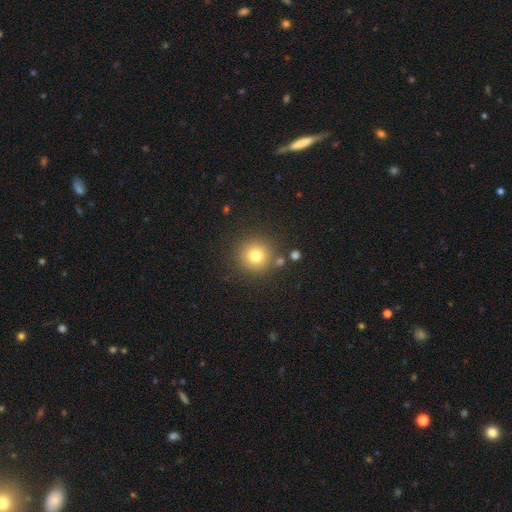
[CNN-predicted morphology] This appears to be a smooth galaxy with no disk features (77%) that is round (94%). Merging: none (84%).